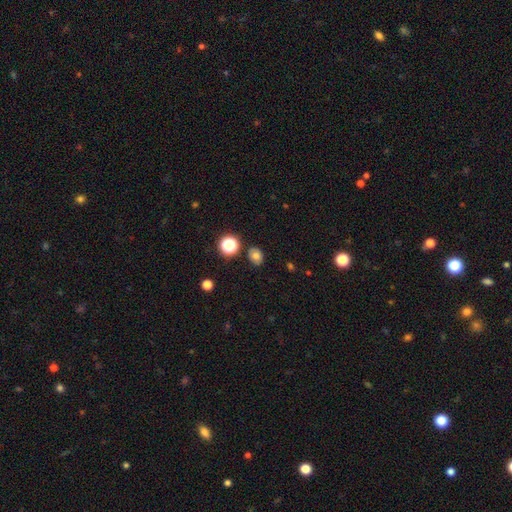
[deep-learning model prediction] Smooth or featured? Predicted: smooth (p=0.74). How rounded? Predicted: in between (p=0.54). Merging? Predicted: none (p=0.83).